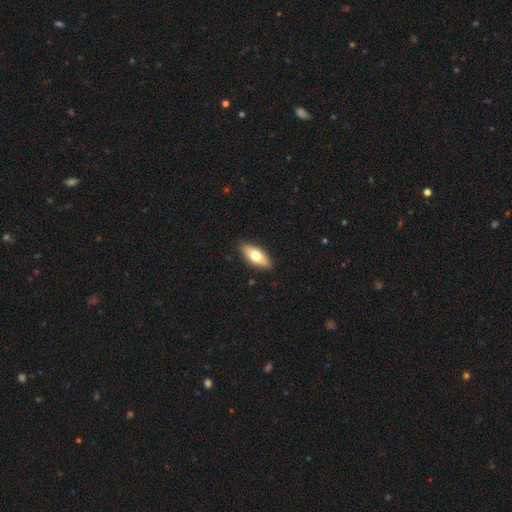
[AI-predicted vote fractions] Smooth or featured? Predicted: smooth (p=0.69). How rounded? Predicted: in between (p=0.78). Merging? Predicted: none (p=0.90).